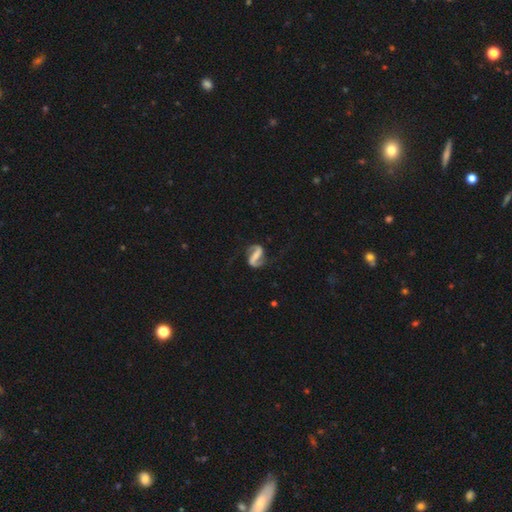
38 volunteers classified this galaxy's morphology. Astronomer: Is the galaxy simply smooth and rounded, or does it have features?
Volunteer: featured or disk — 97%.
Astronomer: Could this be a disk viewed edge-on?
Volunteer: no — 97%.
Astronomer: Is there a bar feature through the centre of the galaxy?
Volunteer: strong — 67%.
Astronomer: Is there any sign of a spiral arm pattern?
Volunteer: yes — 94%.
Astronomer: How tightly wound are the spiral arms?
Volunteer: loose — 47% (runner-up: medium, 35%).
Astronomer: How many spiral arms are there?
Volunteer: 2 — 100%.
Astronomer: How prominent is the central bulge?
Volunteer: none — 72%.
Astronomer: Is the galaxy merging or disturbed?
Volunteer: none — 84%.